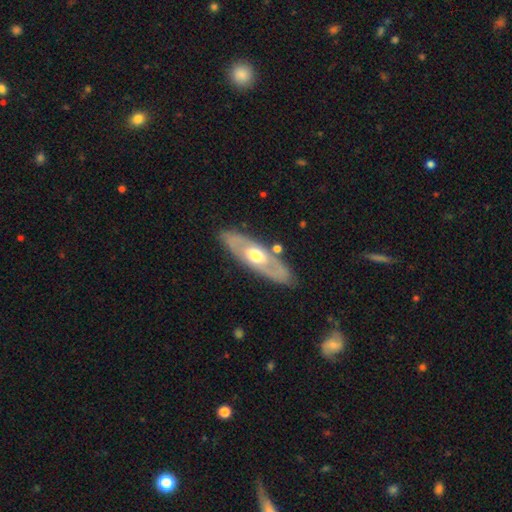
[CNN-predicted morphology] smooth-or-featured: featured or disk: 61% | smooth: 34% | star or artifact: 5%
  disk-edge-on: no: 69% | yes: 31%
  merging: none: 82% | minor disturbance: 12% | major disturbance: 3% | merger: 3%